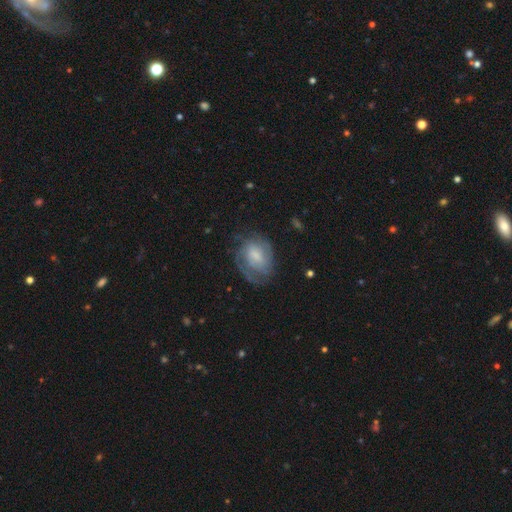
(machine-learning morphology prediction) Overall: featured or disk (69%). Edge-on disk: no (97%). Bar: weak (48%; no 40%). Spiral arms: yes (88%). Spiral arm count: can't tell (39%; 2 31%). Spiral winding: tight (54%; medium 35%). Bulge size: small (37%; moderate 35%). Merging: none (61%; minor disturbance 22%).